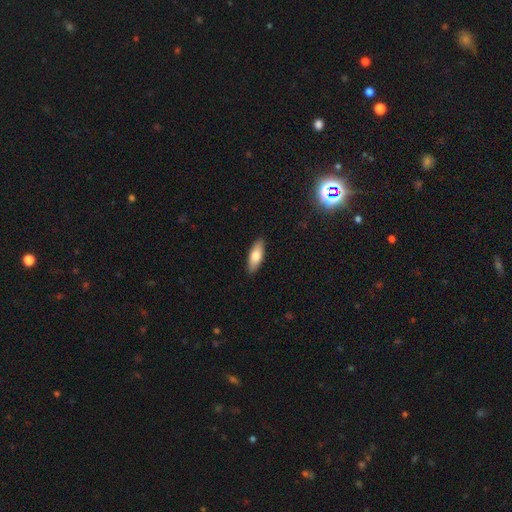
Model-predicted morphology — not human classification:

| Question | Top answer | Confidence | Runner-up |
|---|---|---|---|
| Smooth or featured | smooth | 74% | featured or disk (20%) |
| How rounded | in between | 68% | cigar-shaped (30%) |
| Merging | none | 90% | minor disturbance (8%) |